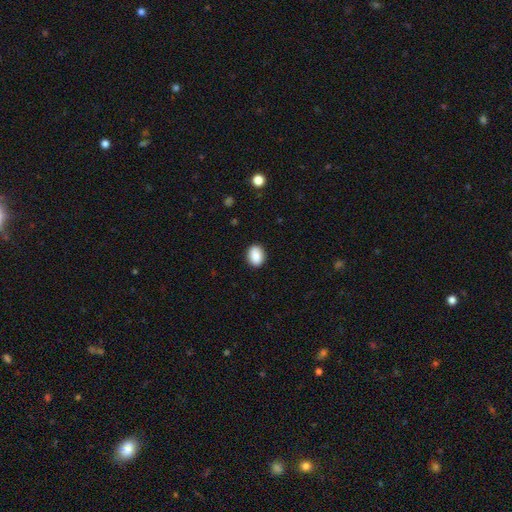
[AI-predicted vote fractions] Smooth or featured? Predicted: smooth (p=0.88). How rounded? Predicted: in between (p=0.63). Merging? Predicted: none (p=0.88).